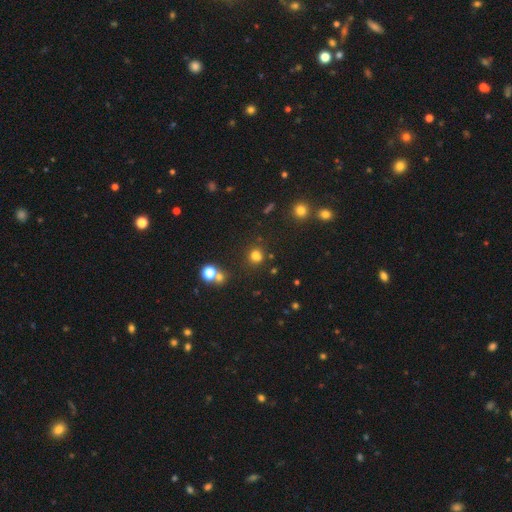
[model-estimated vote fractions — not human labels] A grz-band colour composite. It shows a smooth galaxy with no disk features (73%) that is round (83%). Merging: none (74%).